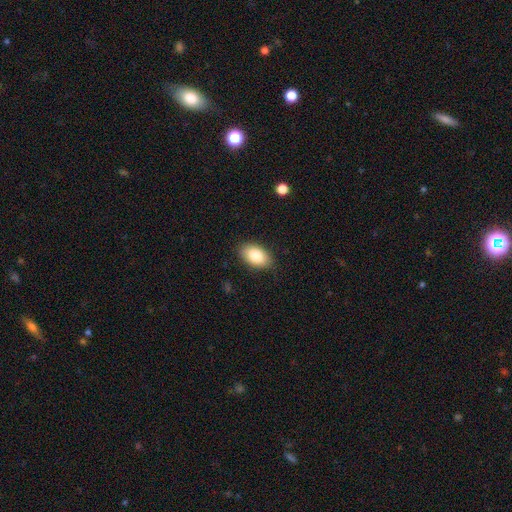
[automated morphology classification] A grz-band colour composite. It shows a smooth galaxy with no disk features (83%) that is in between round and cigar-shaped (92%). Merging: none (86%).